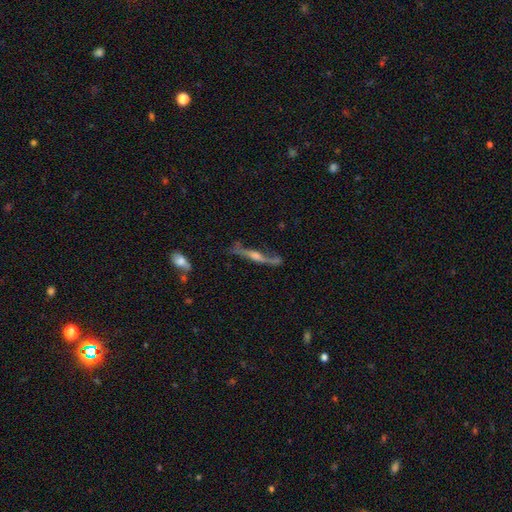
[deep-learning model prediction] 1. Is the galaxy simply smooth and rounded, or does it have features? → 78% featured or disk, 14% smooth, 8% star or artifact.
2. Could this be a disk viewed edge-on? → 80% yes, 20% no.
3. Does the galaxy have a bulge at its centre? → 76% rounded, 14% boxy, 10% none.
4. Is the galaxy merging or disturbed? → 59% none, 22% minor disturbance, 14% major disturbance, 5% merger.